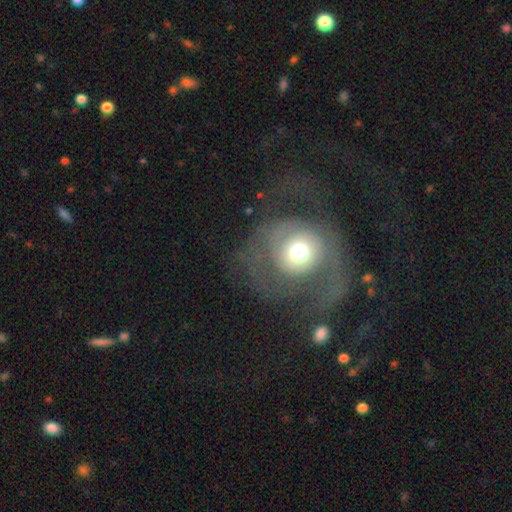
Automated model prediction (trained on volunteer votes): Q: Smooth or featured?
A: featured or disk (62%); runner-up: smooth (26%)
Q: Edge-on disk?
A: no (97%); runner-up: yes (3%)
Q: Bar?
A: no (78%); runner-up: weak (17%)
Q: Spiral arms?
A: yes (62%); runner-up: no (38%)
Q: Bulge size?
A: moderate (66%); runner-up: small (15%)
Q: Merging?
A: major disturbance (42%); runner-up: none (41%)